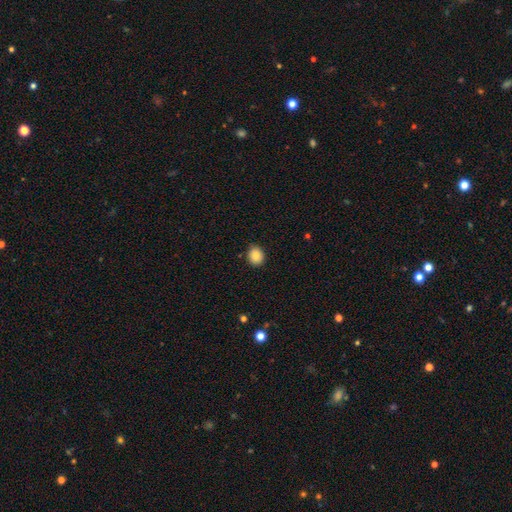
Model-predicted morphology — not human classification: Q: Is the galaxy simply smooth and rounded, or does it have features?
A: smooth — 85%.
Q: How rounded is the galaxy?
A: round — 71%.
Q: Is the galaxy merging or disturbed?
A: none — 88%.